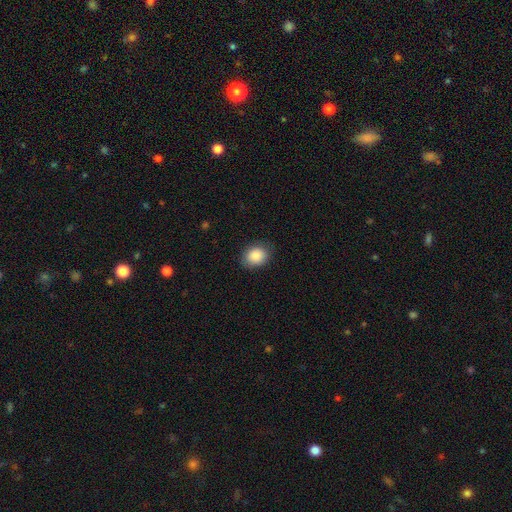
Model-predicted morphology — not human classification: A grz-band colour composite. It shows a smooth galaxy with no disk features (88%) that is in between round and cigar-shaped (50%). Merging: none (83%).